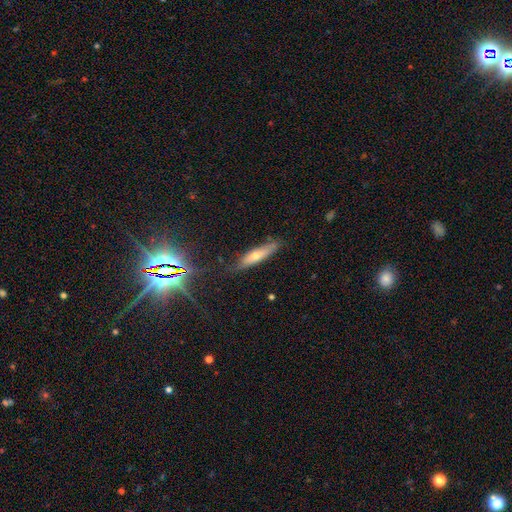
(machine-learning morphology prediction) Smooth or featured? Predicted: smooth (p=0.43). Merging? Predicted: none (p=0.79).